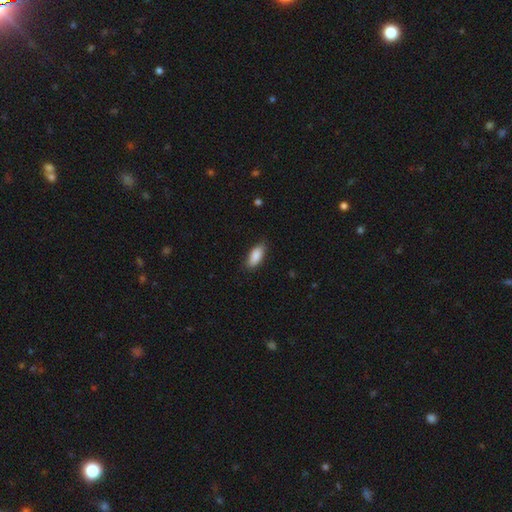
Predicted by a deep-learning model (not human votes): Smooth or featured?
  - smooth: 87% *
  - featured or disk: 7%
  - star or artifact: 6%
How rounded?
  - in between: 83% *
  - cigar-shaped: 15%
  - round: 2%
Merging?
  - none: 83% *
  - minor disturbance: 14%
  - major disturbance: 2%
  - merger: 1%